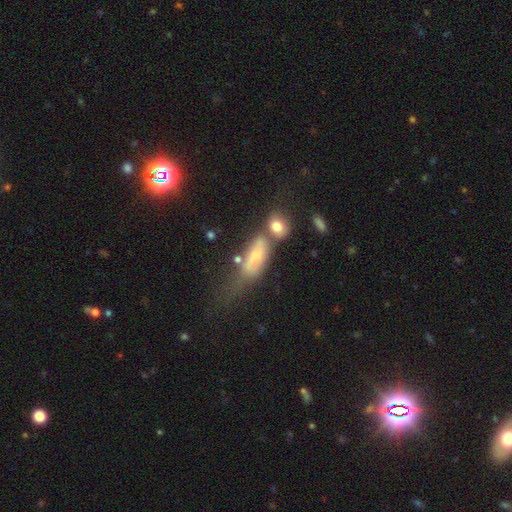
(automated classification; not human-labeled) smooth_or_featured: smooth (p=0.50) [alt: featured or disk p=0.36]
how_rounded: in between (p=0.64) [alt: cigar-shaped p=0.30]
merging: merger (p=0.35) [alt: none p=0.24]